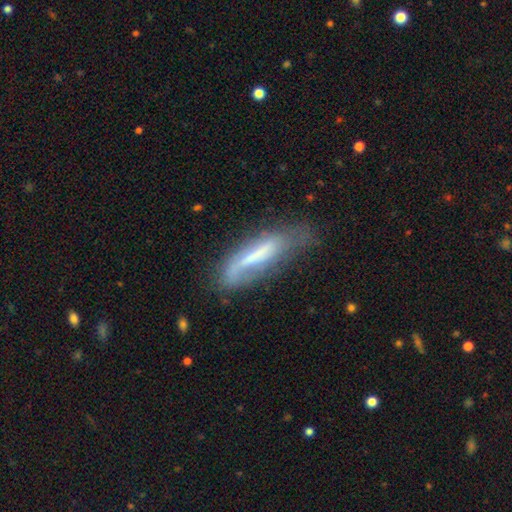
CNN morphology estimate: smooth_or_featured: featured or disk (p=0.51) [alt: smooth p=0.42]
disk_edge_on: no (p=0.63) [alt: yes p=0.37]
merging: none (p=0.47) [alt: minor disturbance p=0.31]